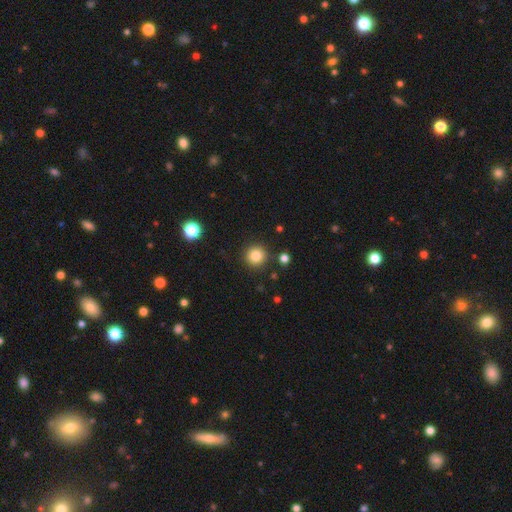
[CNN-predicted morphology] Smooth or featured: smooth — 84% (star or artifact — 11%)
How rounded: round — 95% (in between — 4%)
Merging: none — 89% (minor disturbance — 6%)